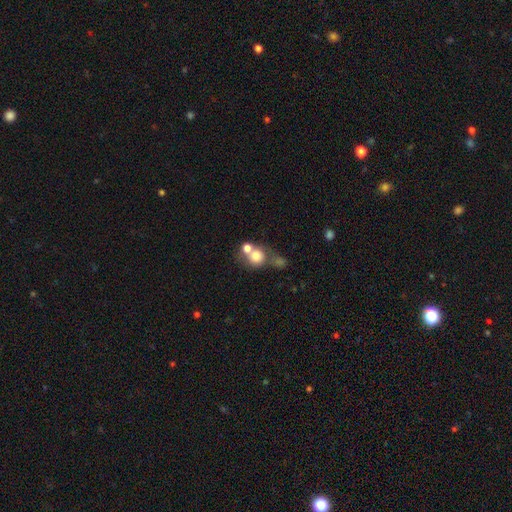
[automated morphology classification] The model was most divided on "merging": merger: 52%, none: 33%, minor disturbance: 8%, major disturbance: 6%. More confident: how rounded — round (77%); smooth or featured — smooth (71%).